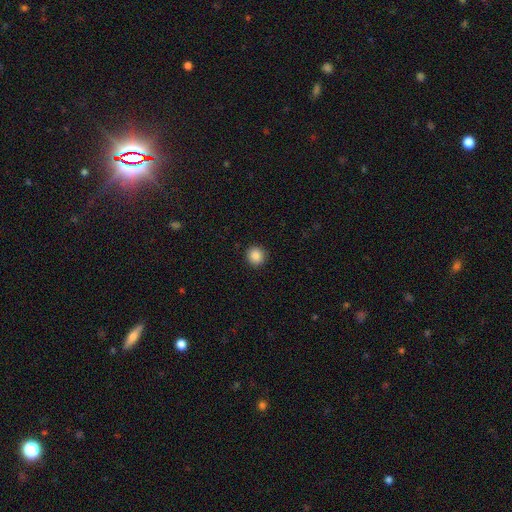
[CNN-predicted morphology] Q: Smooth or featured?
A: smooth (87%); runner-up: star or artifact (10%)
Q: How rounded?
A: round (95%); runner-up: in between (4%)
Q: Merging?
A: none (92%); runner-up: minor disturbance (5%)